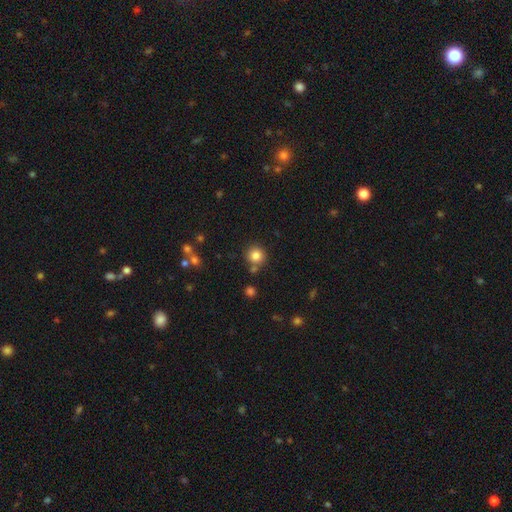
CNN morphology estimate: smooth_or_featured: smooth (p=0.82) [alt: star or artifact p=0.12]
how_rounded: round (p=0.92) [alt: in between p=0.07]
merging: none (p=0.76) [alt: merger p=0.12]